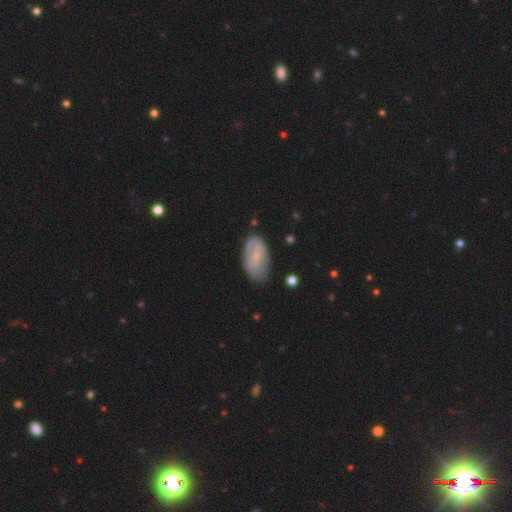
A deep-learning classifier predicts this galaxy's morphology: type=smooth (49%); merging=none (65%).